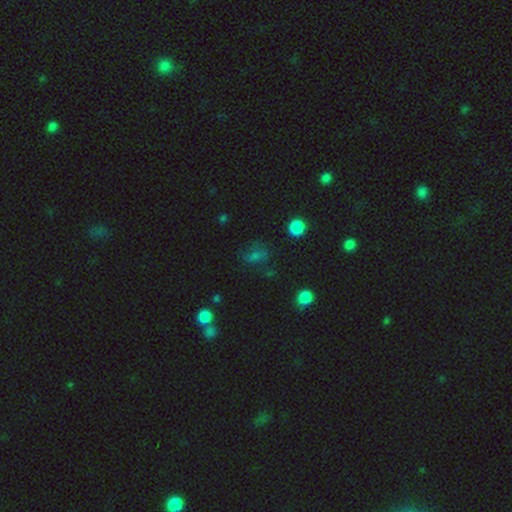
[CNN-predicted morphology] Smooth or featured: smooth — 53% (star or artifact — 33%)
How rounded: in between — 49% (round — 48%)
Merging: none — 62% (minor disturbance — 19%)